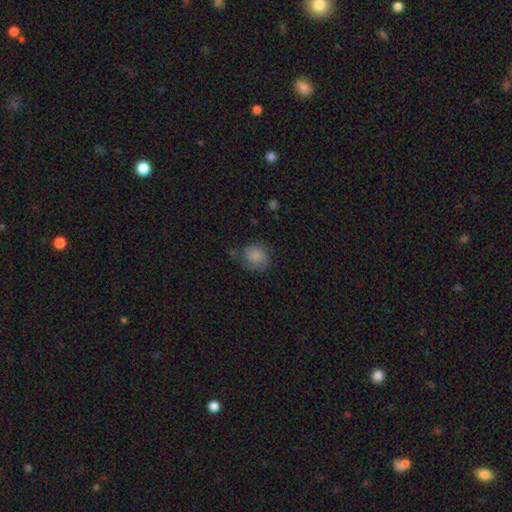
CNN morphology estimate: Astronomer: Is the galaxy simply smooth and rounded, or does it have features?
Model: smooth — 72%.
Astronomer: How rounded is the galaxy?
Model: round — 75%.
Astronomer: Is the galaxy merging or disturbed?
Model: none — 56%.